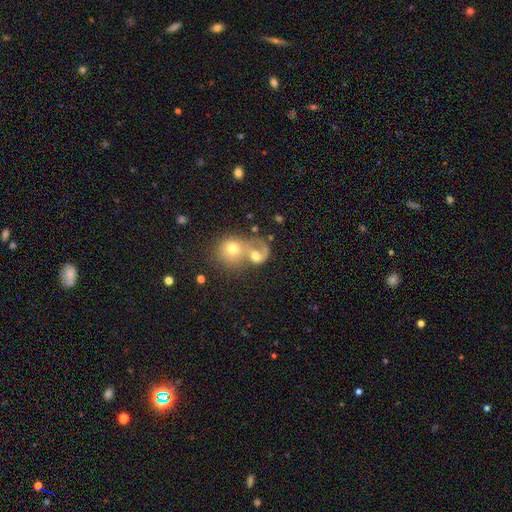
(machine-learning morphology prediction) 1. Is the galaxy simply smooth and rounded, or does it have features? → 49% smooth, 42% featured or disk, 10% star or artifact.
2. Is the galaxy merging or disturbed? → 76% merger, 11% none, 8% major disturbance, 5% minor disturbance.